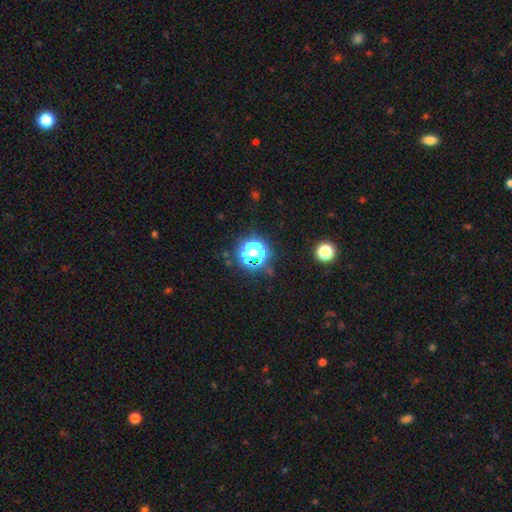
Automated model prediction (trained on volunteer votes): The model was most divided on "smooth or featured": star or artifact: 56%, smooth: 34%, featured or disk: 10%.